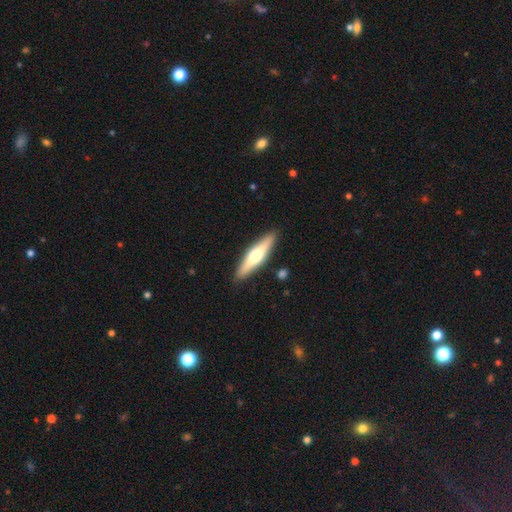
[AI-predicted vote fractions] This appears to be a featured or disk galaxy (50%) viewed edge-on (93%). Merging: none (89%).